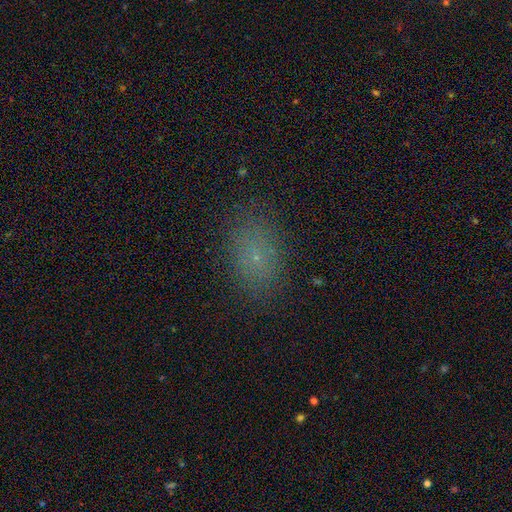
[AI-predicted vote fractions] smooth 67%, star or artifact 21%, featured or disk 11%. Down the decision tree: how rounded — in between (78%); merging — none (81%).